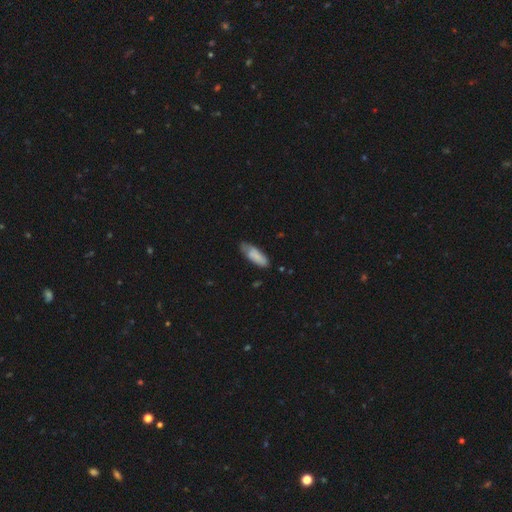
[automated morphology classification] A smooth galaxy with no disk features (80%) that is in between round and cigar-shaped (65%).

Vote fractions:
- Smooth or featured? smooth: 80% / featured or disk: 14% / star or artifact: 6%
- How rounded? in between: 65% / cigar-shaped: 34% / round: 2%
- Merging? none: 62% / minor disturbance: 29% / major disturbance: 6% / merger: 2%